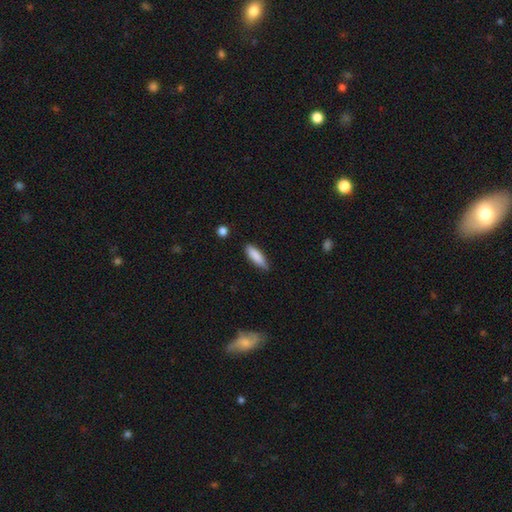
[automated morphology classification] Q: Smooth or featured?
A: smooth (85%); runner-up: featured or disk (9%)
Q: How rounded?
A: cigar-shaped (56%); runner-up: in between (43%)
Q: Merging?
A: none (77%); runner-up: minor disturbance (18%)